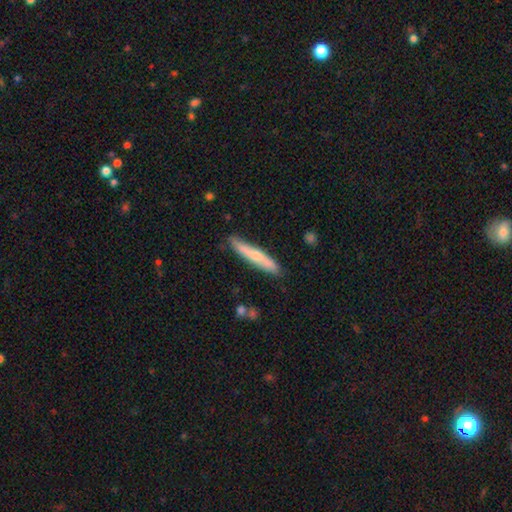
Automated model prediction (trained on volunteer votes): A smooth galaxy with no disk features (56%) that is cigar-shaped (92%).

Vote fractions:
- Smooth or featured? smooth: 56% / featured or disk: 38% / star or artifact: 5%
- How rounded? cigar-shaped: 92% / in between: 7% / round: 1%
- Merging? none: 81% / minor disturbance: 15% / major disturbance: 2% / merger: 2%